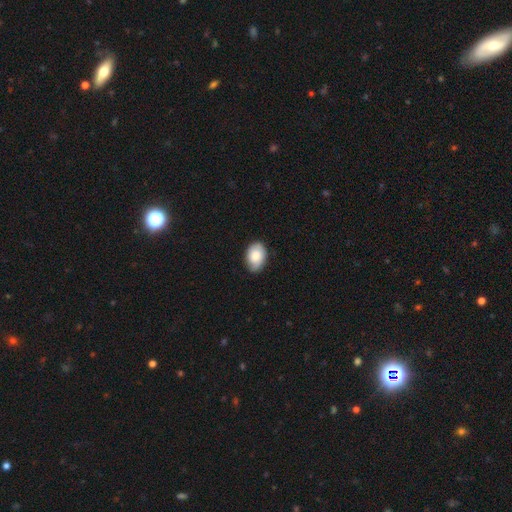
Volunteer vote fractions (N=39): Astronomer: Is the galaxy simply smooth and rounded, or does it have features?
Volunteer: smooth — 62%.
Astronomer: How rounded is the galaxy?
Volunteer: in between — 92%.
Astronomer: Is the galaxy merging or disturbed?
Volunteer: none — 83%.